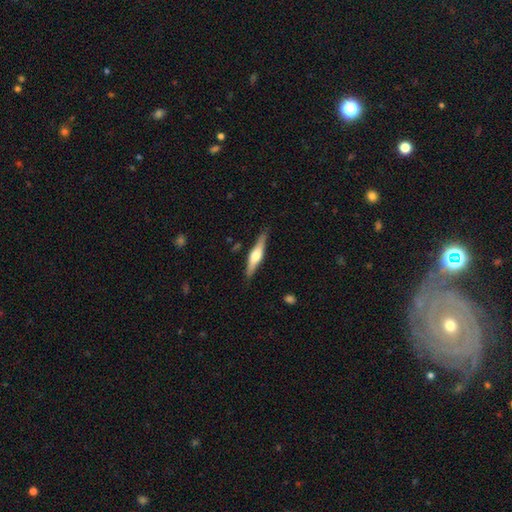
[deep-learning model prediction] Smooth or featured? Predicted: featured or disk (p=0.64). Edge-on disk? Predicted: yes (p=0.97). Edge-on bulge? Predicted: rounded (p=0.89). Merging? Predicted: none (p=0.87).